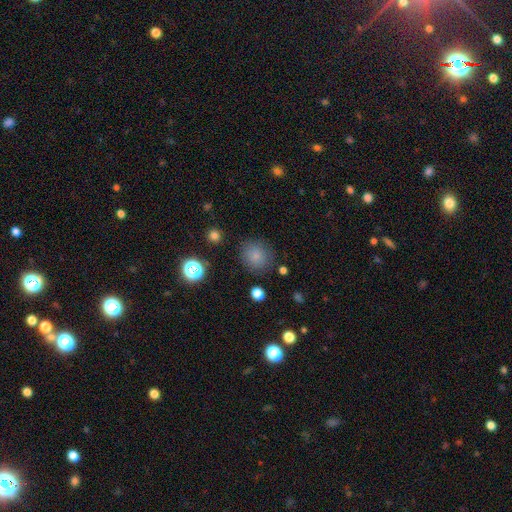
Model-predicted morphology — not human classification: Smooth or featured? smooth (81%)
How rounded? round (85%)
Merging? none (83%)